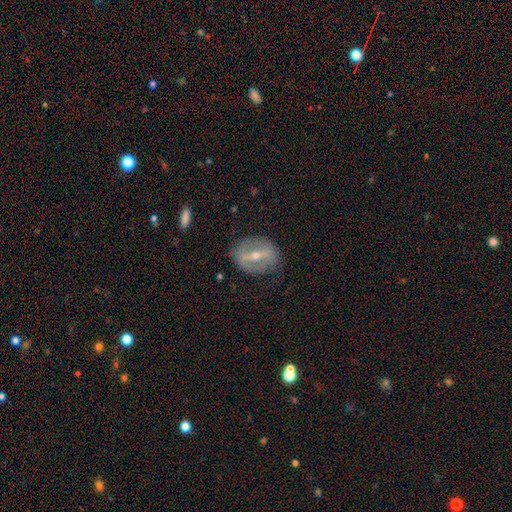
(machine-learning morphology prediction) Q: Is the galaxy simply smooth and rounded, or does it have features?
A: featured or disk — 72%.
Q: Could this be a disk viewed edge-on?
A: no — 87%.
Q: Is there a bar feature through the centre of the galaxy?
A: strong — 69%.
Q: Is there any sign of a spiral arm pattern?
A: no — 65%.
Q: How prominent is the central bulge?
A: small — 49%.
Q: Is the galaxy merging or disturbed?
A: none — 78%.